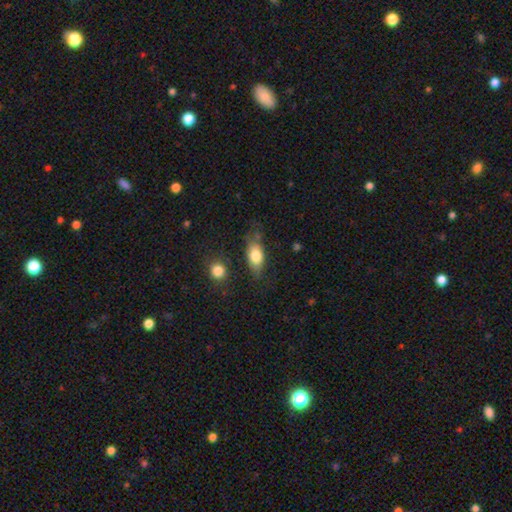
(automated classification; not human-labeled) Smooth or featured? Predicted: smooth (p=0.77). How rounded? Predicted: in between (p=0.83). Merging? Predicted: none (p=0.63).